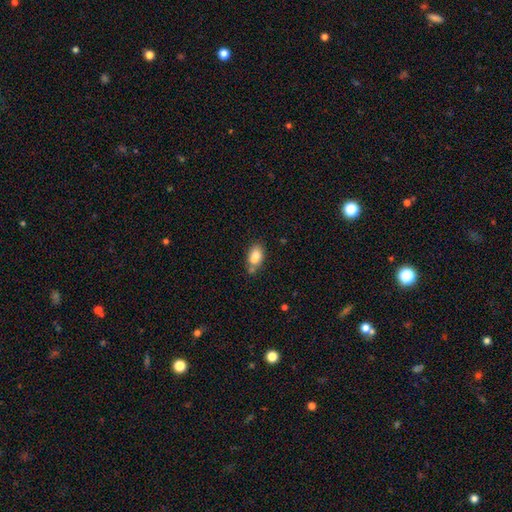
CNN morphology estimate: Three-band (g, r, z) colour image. It shows a smooth galaxy with no disk features (79%) that is in between round and cigar-shaped (87%). Merging: none (50%).